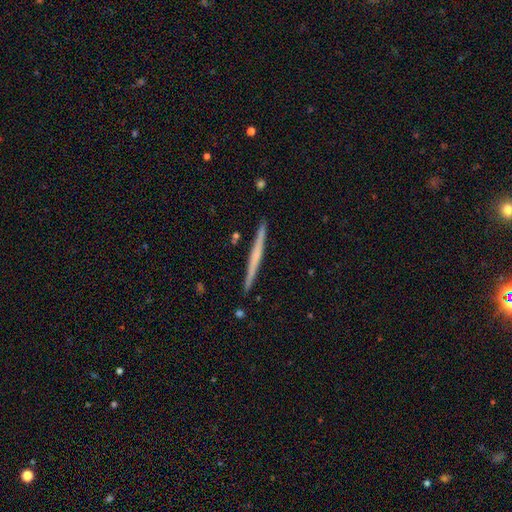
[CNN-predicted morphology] This is possibly a featured or disk galaxy (54%). It is clearly viewed edge-on (98%). Edge-on bulge: likely none (80%). Merging: clearly none (92%).